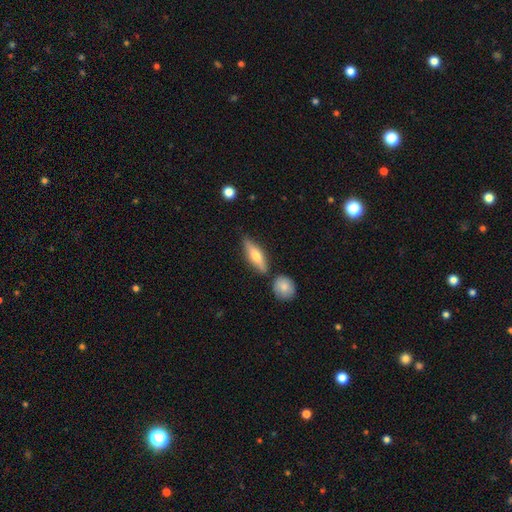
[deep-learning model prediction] Smooth or featured: featured or disk — 48% (smooth — 46%)
Merging: none — 78% (minor disturbance — 12%)